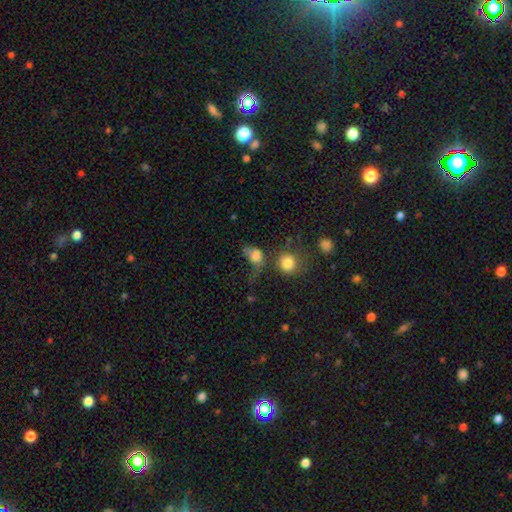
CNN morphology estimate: type=smooth (72%); roundness=in between (52%); merging=major disturbance (34%).